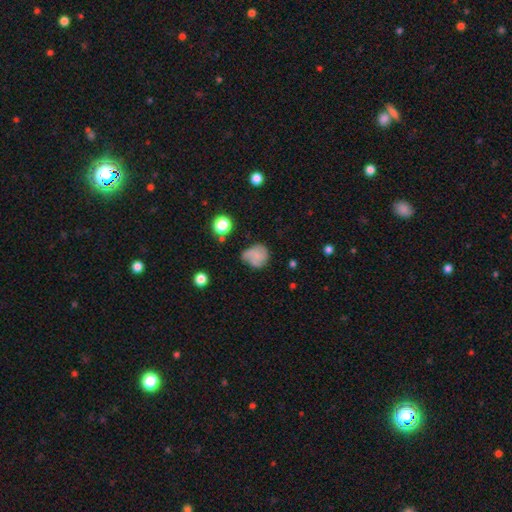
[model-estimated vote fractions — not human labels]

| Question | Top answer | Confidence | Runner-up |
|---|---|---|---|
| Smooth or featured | smooth | 63% | featured or disk (26%) |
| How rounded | round | 70% | in between (29%) |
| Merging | none | 47% | minor disturbance (33%) |